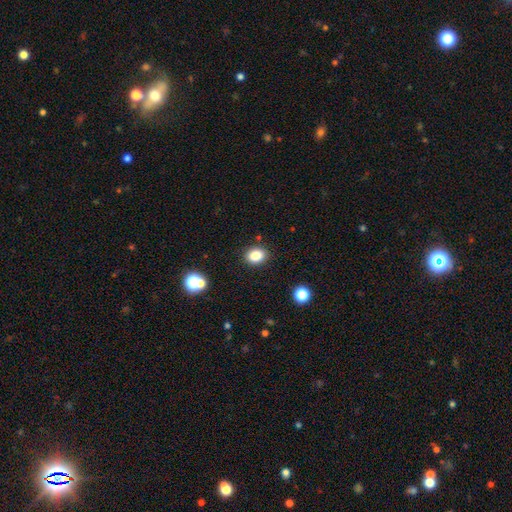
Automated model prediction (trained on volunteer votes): Smooth or featured? Predicted: smooth (p=0.85). How rounded? Predicted: in between (p=0.57). Merging? Predicted: none (p=0.87).